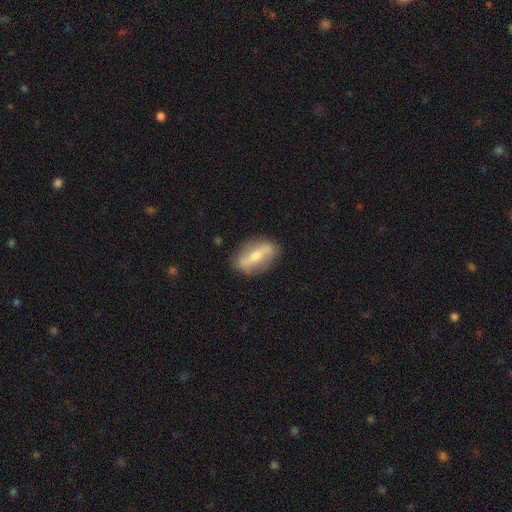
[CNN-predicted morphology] Smooth or featured? featured or disk (59%)
Edge-on disk? no (67%)
Merging? none (83%)